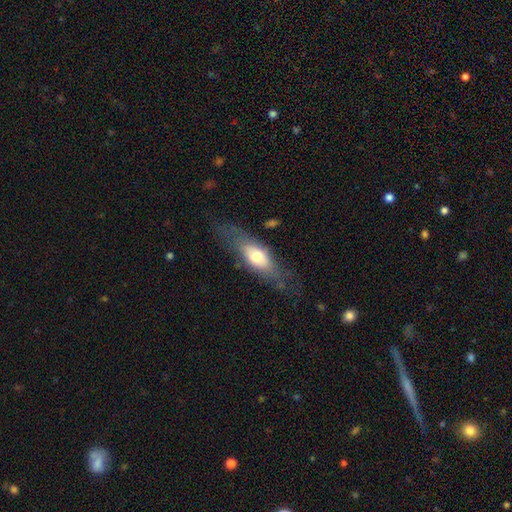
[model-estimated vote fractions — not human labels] smooth 56%, featured or disk 38%, star or artifact 6%. Down the decision tree: how rounded — in between (65%); merging — none (63%).